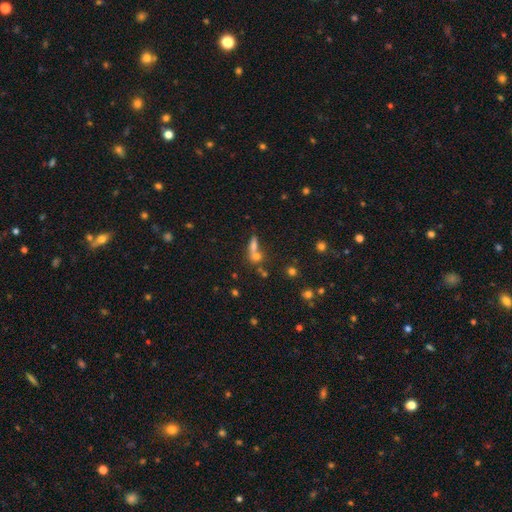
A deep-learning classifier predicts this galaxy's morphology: Smooth or featured: smooth — 58% (featured or disk — 22%)
How rounded: in between — 43% (round — 32%)
Merging: merger — 50% (none — 35%)